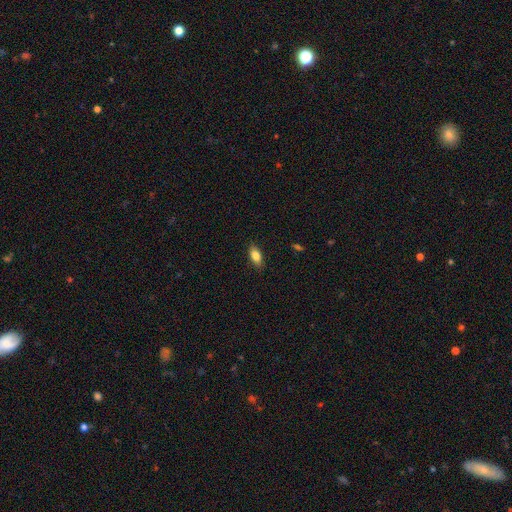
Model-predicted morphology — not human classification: smooth 82%, featured or disk 11%, star or artifact 8%. Down the decision tree: how rounded — in between (86%); merging — none (87%).